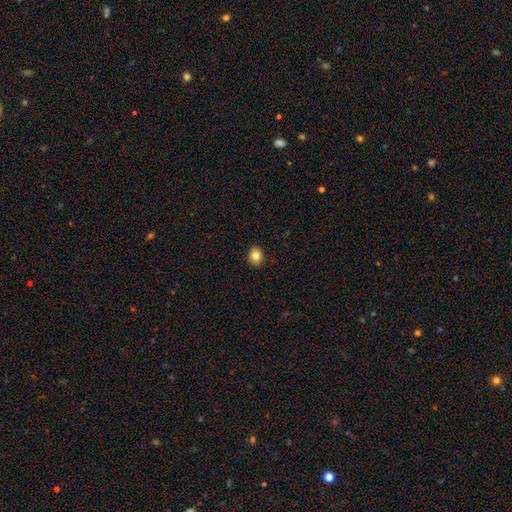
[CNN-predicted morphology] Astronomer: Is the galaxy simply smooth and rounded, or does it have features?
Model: smooth — 83%.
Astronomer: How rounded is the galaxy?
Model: round — 57% (runner-up: in between, 42%).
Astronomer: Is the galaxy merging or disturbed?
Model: none — 91%.